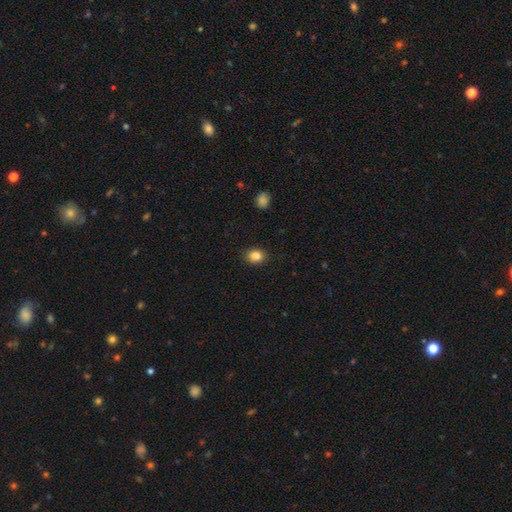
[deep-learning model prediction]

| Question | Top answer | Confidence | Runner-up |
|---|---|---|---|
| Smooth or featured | smooth | 85% | star or artifact (10%) |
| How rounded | round | 55% | in between (44%) |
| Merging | none | 88% | minor disturbance (9%) |